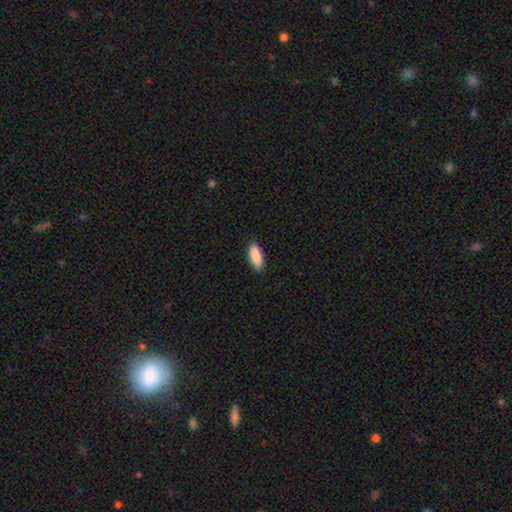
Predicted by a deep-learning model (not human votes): A smooth galaxy with no disk features (90%) that is in between round and cigar-shaped (74%). Merging: none (89%).